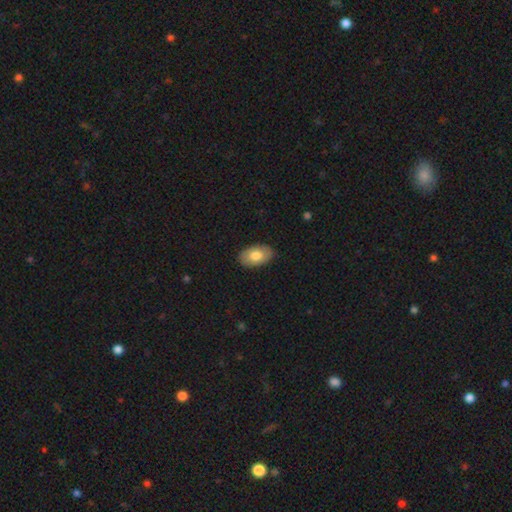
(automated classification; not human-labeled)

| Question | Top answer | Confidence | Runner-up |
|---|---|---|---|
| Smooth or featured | smooth | 78% | featured or disk (16%) |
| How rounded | in between | 93% | round (6%) |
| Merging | none | 88% | minor disturbance (9%) |